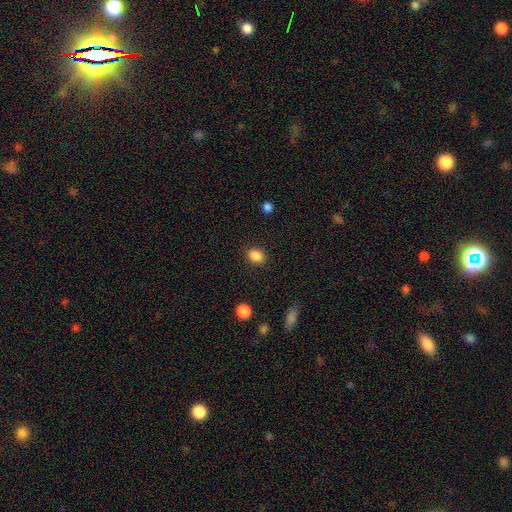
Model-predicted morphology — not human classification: This appears to be a smooth galaxy with no disk features (87%) that is in between round and cigar-shaped (57%). Merging: none (88%).